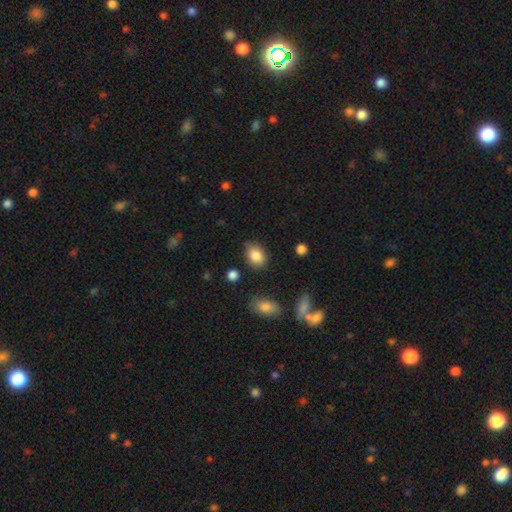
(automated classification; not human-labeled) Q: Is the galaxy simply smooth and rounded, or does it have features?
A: smooth — 85%.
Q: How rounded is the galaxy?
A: in between — 72%.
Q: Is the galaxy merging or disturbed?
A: none — 76%.